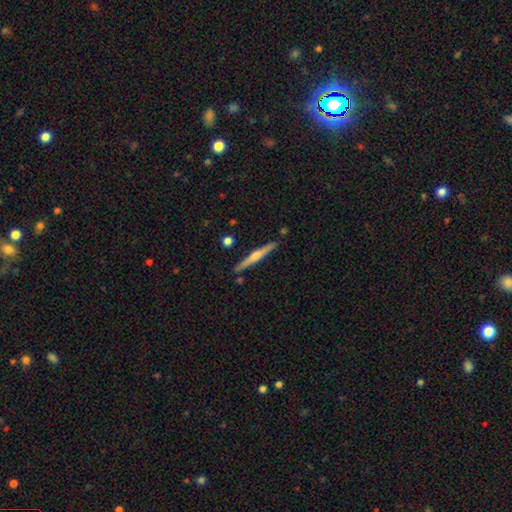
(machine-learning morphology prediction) smooth-or-featured: featured or disk: 70% | smooth: 24% | star or artifact: 5%
  disk-edge-on: yes: 98% | no: 2%
    edge-on-bulge: rounded: 88% | none: 7% | boxy: 4%
  merging: none: 89% | minor disturbance: 7% | merger: 2% | major disturbance: 1%